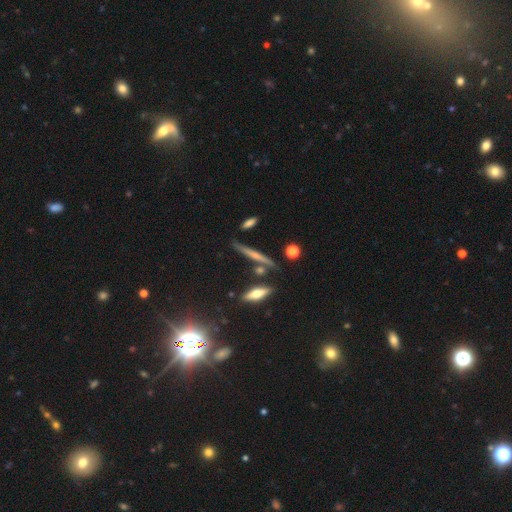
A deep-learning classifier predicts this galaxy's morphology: Smooth or featured?
  - featured or disk: 52% *
  - smooth: 38%
  - star or artifact: 10%
Edge-on disk?
  - yes: 93% *
  - no: 7%
Merging?
  - none: 79% *
  - minor disturbance: 11%
  - merger: 7%
  - major disturbance: 3%